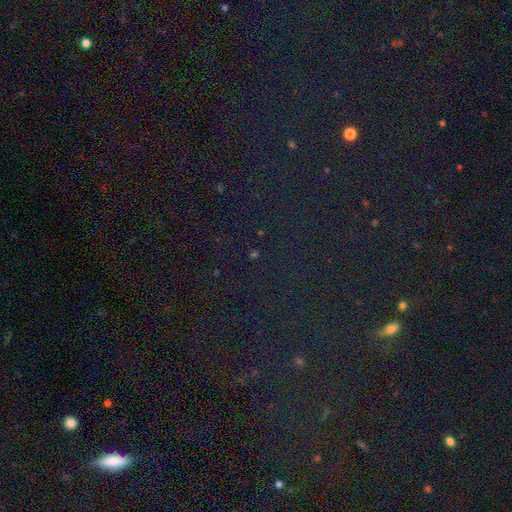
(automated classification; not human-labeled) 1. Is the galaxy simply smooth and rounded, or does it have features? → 81% star or artifact, 12% smooth, 7% featured or disk.